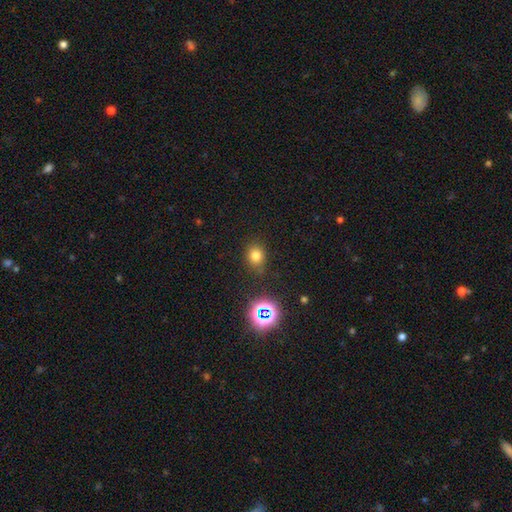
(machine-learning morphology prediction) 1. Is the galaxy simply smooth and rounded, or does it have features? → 73% smooth, 20% star or artifact, 7% featured or disk.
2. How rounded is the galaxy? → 60% round, 39% in between, 1% cigar-shaped.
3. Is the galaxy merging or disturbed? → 79% none, 15% minor disturbance, 4% major disturbance, 3% merger.